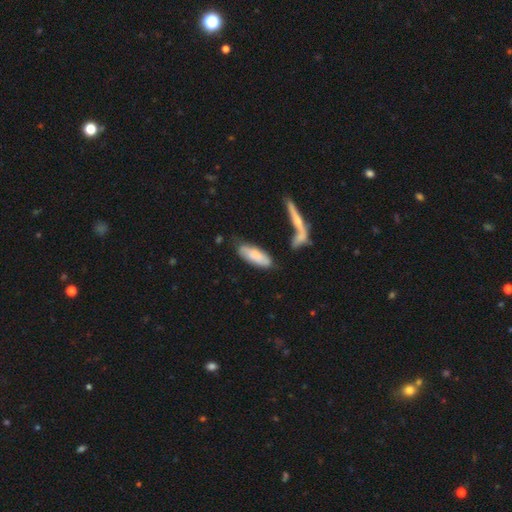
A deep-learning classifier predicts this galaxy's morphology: Q: Smooth or featured?
A: smooth (70%); runner-up: featured or disk (24%)
Q: How rounded?
A: in between (66%); runner-up: cigar-shaped (32%)
Q: Merging?
A: none (62%); runner-up: minor disturbance (21%)